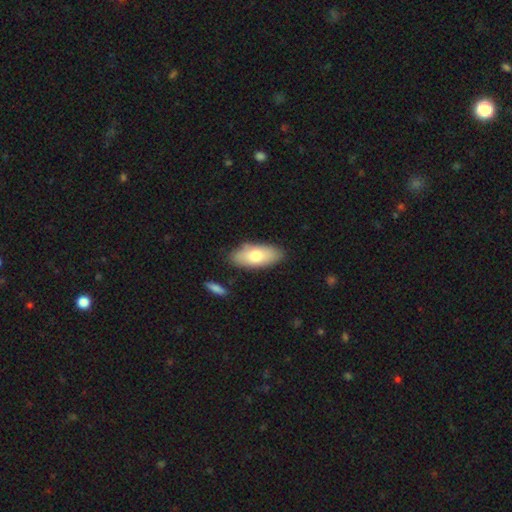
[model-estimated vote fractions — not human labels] Smooth or featured? Predicted: smooth (p=0.74). How rounded? Predicted: in between (p=0.88). Merging? Predicted: none (p=0.81).